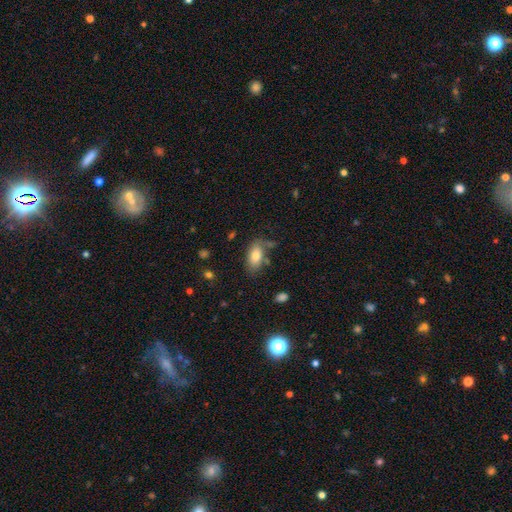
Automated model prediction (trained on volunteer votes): The model was most divided on "merging": none: 67%, minor disturbance: 19%, merger: 8%, major disturbance: 6%. More confident: how rounded — in between (91%); smooth or featured — smooth (79%).